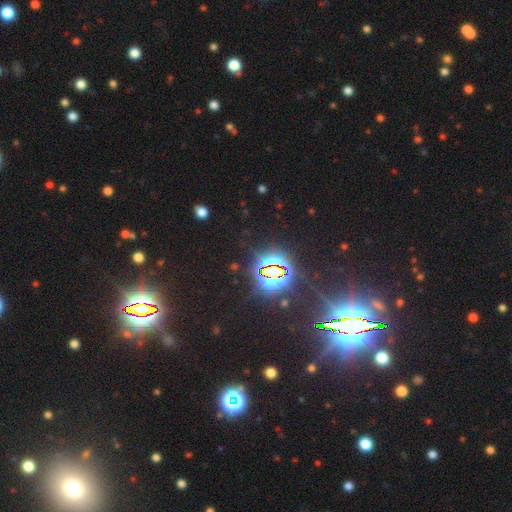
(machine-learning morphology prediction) Smooth or featured? Predicted: star or artifact (p=0.84).